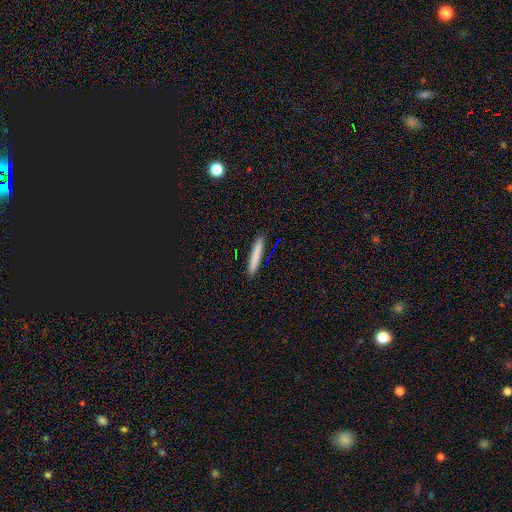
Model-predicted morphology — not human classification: smooth 82%, featured or disk 11%, star or artifact 6%. Down the decision tree: how rounded — cigar-shaped (94%); merging — none (90%).